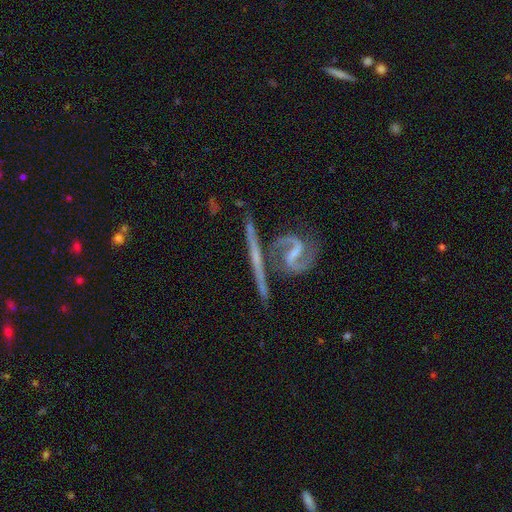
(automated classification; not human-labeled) The model was most divided on "bar": weak: 38%, no: 32%, strong: 30%. Remaining: spiral arms — yes (90%); spiral arm count — 2 (86%); smooth or featured — featured or disk (83%); edge-on disk — no (67%); bulge size — small (55%); merging — none (48%); spiral winding — medium (46%).